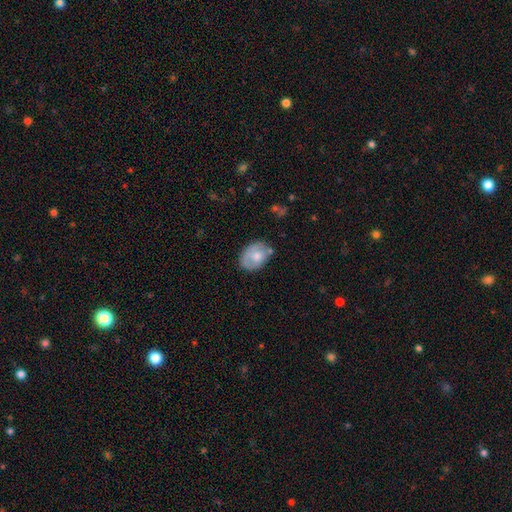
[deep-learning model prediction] Smooth or featured: smooth — 65% (featured or disk — 29%)
How rounded: in between — 76% (round — 23%)
Merging: none — 61% (minor disturbance — 26%)